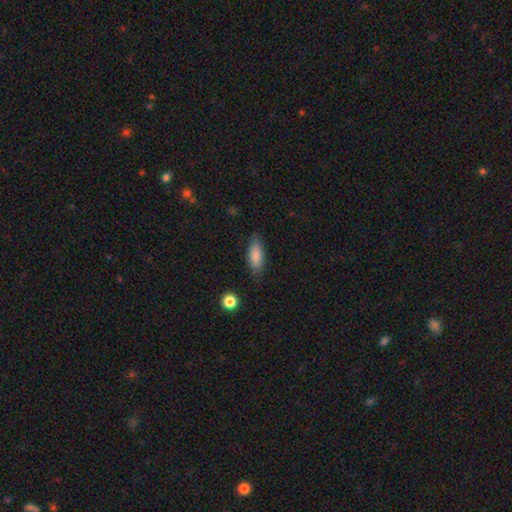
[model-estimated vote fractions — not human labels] Smooth or featured: smooth — 85% (featured or disk — 8%)
How rounded: in between — 73% (cigar-shaped — 25%)
Merging: none — 82% (minor disturbance — 14%)